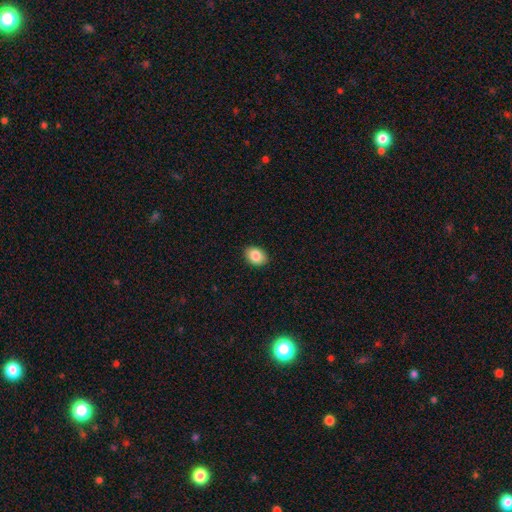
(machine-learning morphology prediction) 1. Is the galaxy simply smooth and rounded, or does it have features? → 86% smooth, 8% star or artifact, 6% featured or disk.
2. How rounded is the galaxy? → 75% in between, 24% round, 1% cigar-shaped.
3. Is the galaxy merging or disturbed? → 90% none, 7% minor disturbance, 2% major disturbance, 1% merger.